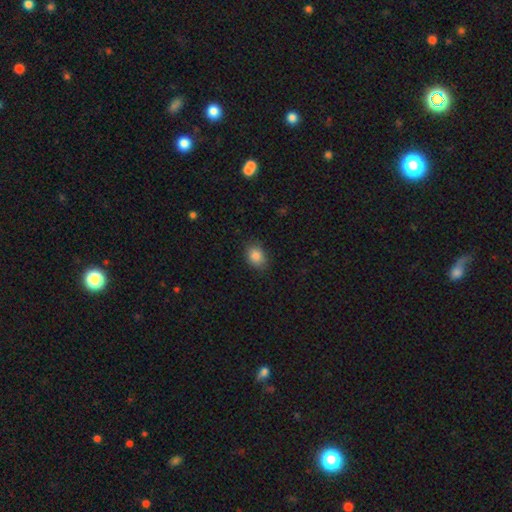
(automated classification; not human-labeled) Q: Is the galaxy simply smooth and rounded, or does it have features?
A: smooth — 86%.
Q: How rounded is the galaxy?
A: in between — 62%.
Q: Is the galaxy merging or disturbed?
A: none — 84%.